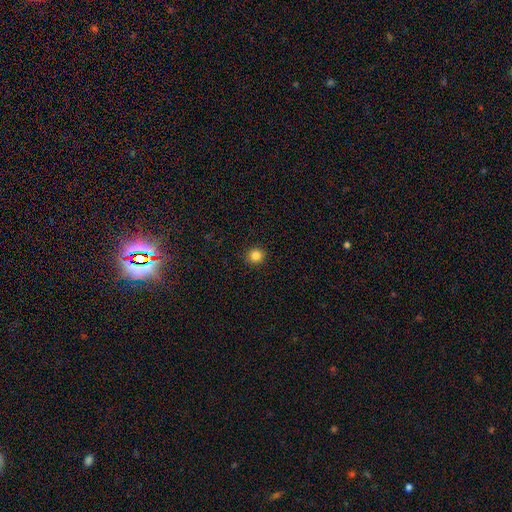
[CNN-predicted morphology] smooth-or-featured: smooth: 84% | star or artifact: 12% | featured or disk: 4%
  how-rounded: round: 93% | in between: 6% | cigar-shaped: 1%
  merging: none: 92% | minor disturbance: 5% | major disturbance: 2% | merger: 1%